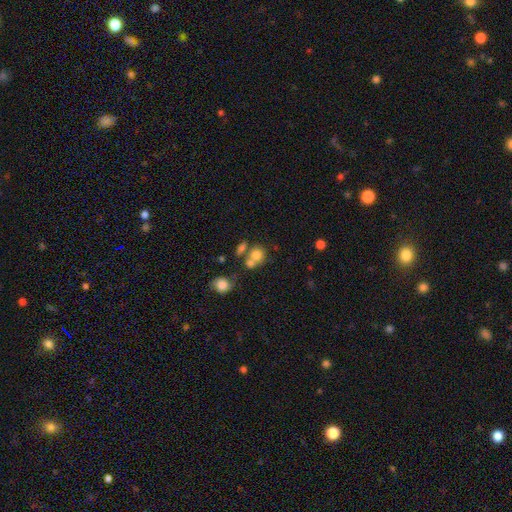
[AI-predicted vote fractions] Smooth or featured? smooth (75%)
How rounded? round (74%)
Merging? none (43%)